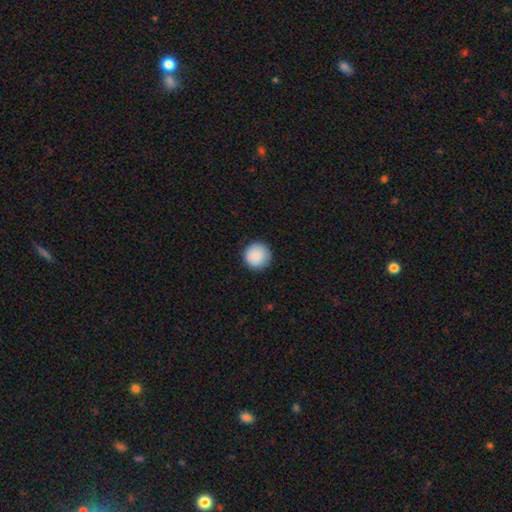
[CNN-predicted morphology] Smooth or featured?
  - smooth: 89% *
  - star or artifact: 7%
  - featured or disk: 4%
How rounded?
  - round: 96% *
  - in between: 3%
  - cigar-shaped: 1%
Merging?
  - none: 91% *
  - minor disturbance: 6%
  - major disturbance: 2%
  - merger: 1%